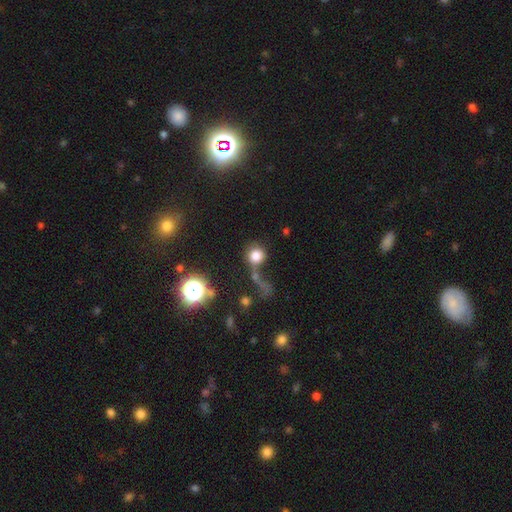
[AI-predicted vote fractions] Q: Smooth or featured?
A: smooth (75%); runner-up: star or artifact (14%)
Q: How rounded?
A: round (88%); runner-up: in between (11%)
Q: Merging?
A: none (42%); runner-up: major disturbance (24%)